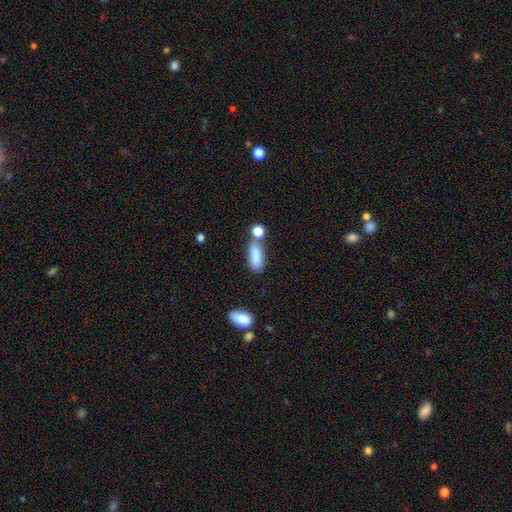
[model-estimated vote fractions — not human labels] smooth 84%, star or artifact 8%, featured or disk 8%. Down the decision tree: how rounded — in between (71%); merging — none (52%).